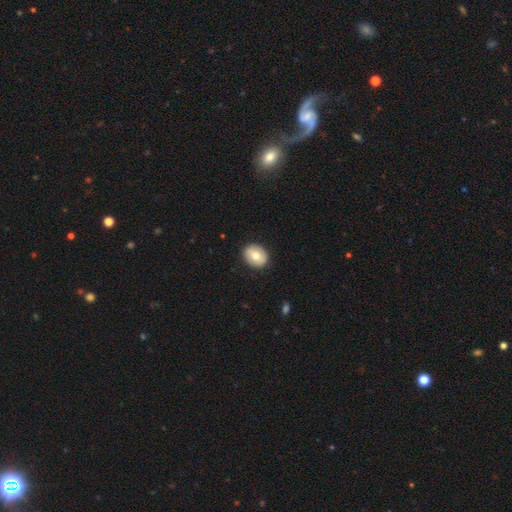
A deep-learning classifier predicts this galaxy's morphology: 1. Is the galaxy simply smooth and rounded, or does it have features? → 75% smooth, 18% featured or disk, 7% star or artifact.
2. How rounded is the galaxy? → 53% round, 46% in between, 1% cigar-shaped.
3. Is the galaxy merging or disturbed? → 89% none, 8% minor disturbance, 2% major disturbance, 1% merger.